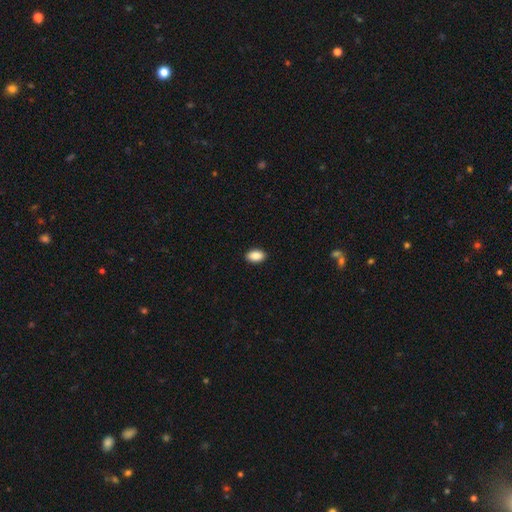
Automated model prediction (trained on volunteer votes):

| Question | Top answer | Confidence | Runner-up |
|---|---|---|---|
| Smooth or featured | smooth | 89% | star or artifact (7%) |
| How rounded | in between | 91% | round (7%) |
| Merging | none | 91% | minor disturbance (7%) |